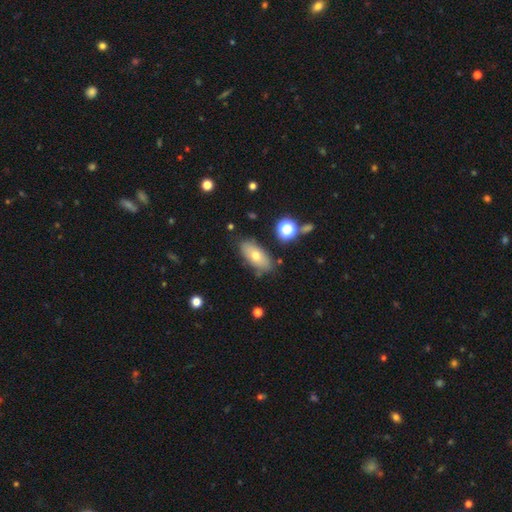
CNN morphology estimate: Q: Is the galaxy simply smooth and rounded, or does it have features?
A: smooth — 65%.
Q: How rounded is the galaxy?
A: in between — 86%.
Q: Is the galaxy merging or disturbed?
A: none — 79%.